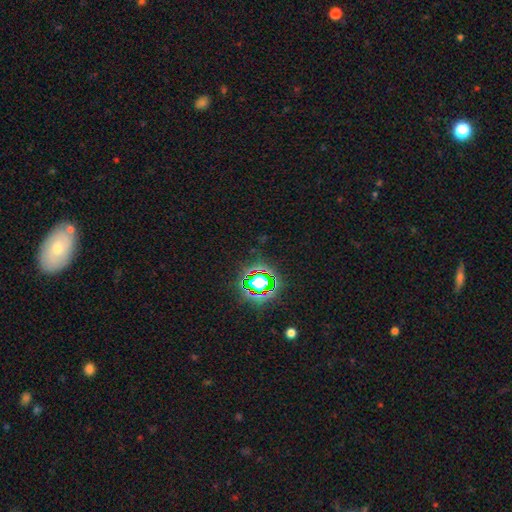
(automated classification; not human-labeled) Smooth or featured: star or artifact — 79% (smooth — 13%)